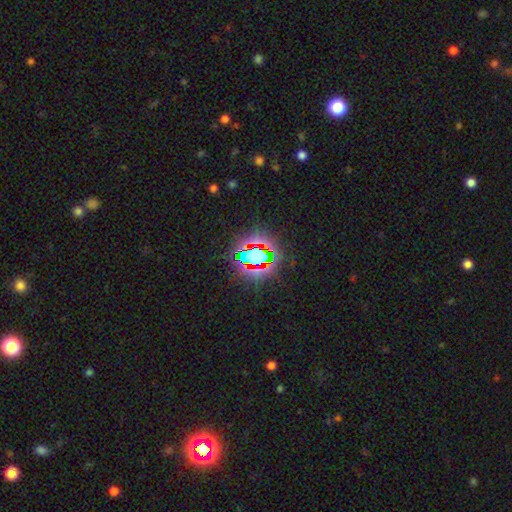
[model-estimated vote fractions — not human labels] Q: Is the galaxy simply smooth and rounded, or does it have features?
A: star or artifact — 70%.